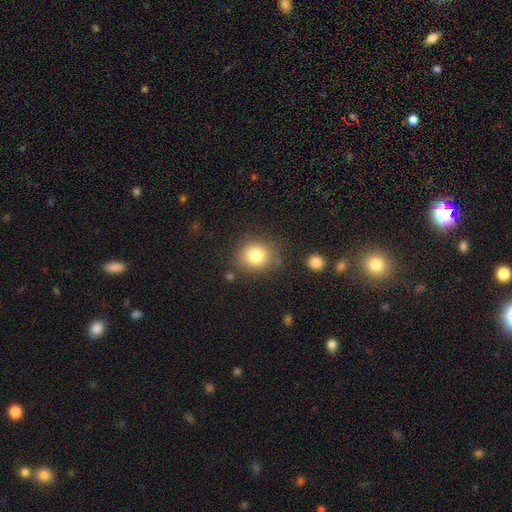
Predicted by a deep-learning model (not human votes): Morphology: type=smooth (81%); roundness=round (80%); merging=none (79%).